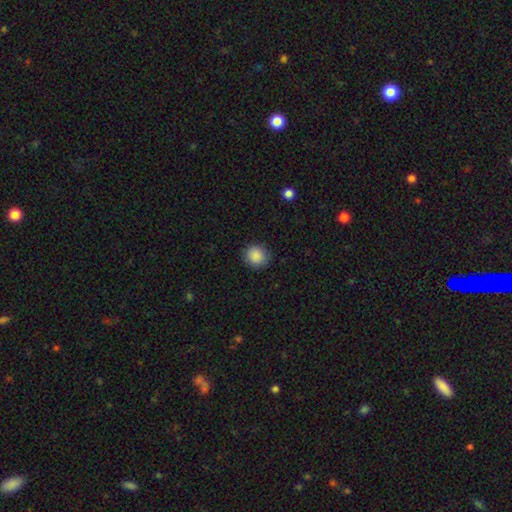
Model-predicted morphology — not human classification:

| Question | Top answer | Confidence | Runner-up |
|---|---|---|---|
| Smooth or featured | smooth | 88% | star or artifact (9%) |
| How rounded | round | 90% | in between (9%) |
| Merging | none | 89% | minor disturbance (8%) |